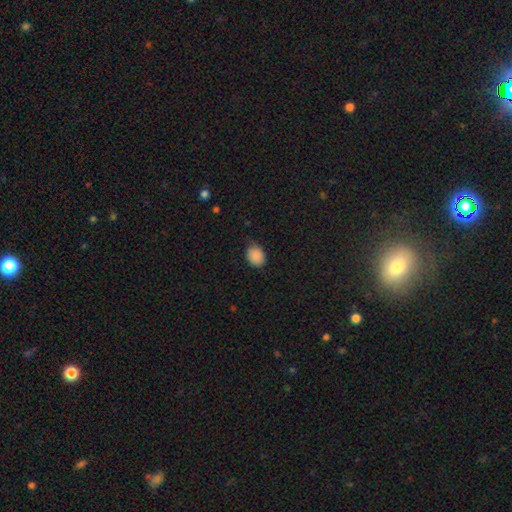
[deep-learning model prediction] A smooth galaxy with no disk features (88%) that is in between round and cigar-shaped (50%).

Vote fractions:
- Smooth or featured? smooth: 88% / star or artifact: 9% / featured or disk: 3%
- How rounded? in between: 50% / round: 49% / cigar-shaped: 1%
- Merging? none: 72% / minor disturbance: 23% / major disturbance: 4% / merger: 1%